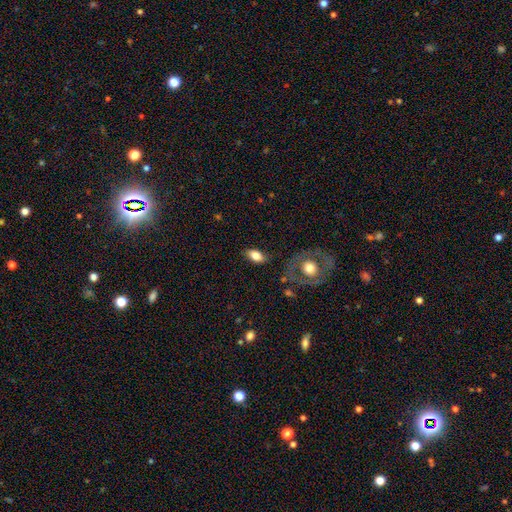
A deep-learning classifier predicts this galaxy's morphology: A smooth galaxy with no disk features (76%) that is in between round and cigar-shaped (88%). Merging: none (82%).